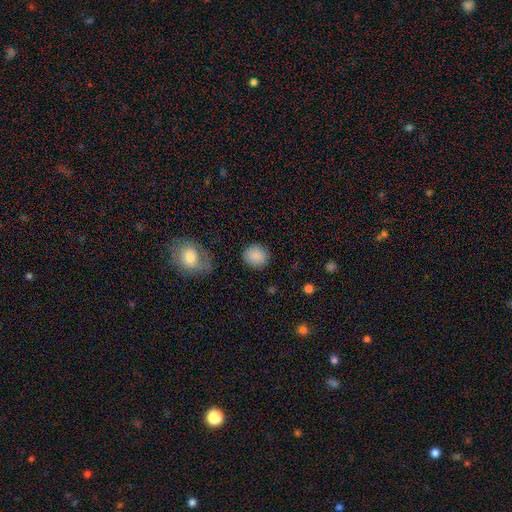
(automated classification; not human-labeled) smooth-or-featured: smooth: 87% | star or artifact: 8% | featured or disk: 5%
  how-rounded: round: 83% | in between: 16% | cigar-shaped: 1%
  merging: none: 85% | minor disturbance: 9% | major disturbance: 3% | merger: 2%